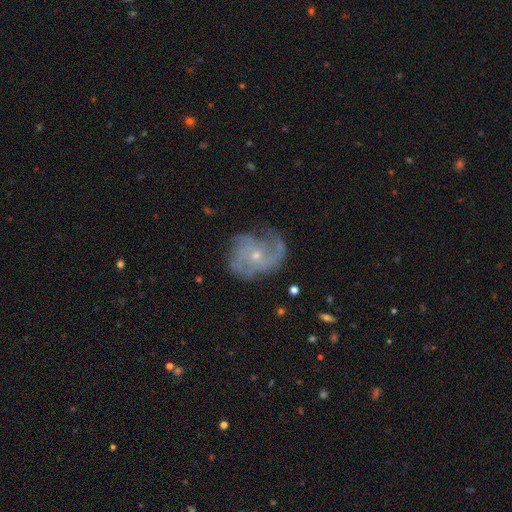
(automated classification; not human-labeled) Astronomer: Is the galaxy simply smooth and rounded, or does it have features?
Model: featured or disk — 81%.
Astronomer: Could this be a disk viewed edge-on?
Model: no — 98%.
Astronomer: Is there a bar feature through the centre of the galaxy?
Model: no — 77%.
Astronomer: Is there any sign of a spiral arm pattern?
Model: yes — 93%.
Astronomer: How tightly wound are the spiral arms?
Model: medium — 44% (runner-up: tight, 33%).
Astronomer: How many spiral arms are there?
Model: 2 — 27%, tied with 3 at 27%.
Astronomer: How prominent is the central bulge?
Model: small — 72%.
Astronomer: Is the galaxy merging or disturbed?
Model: none — 60%.